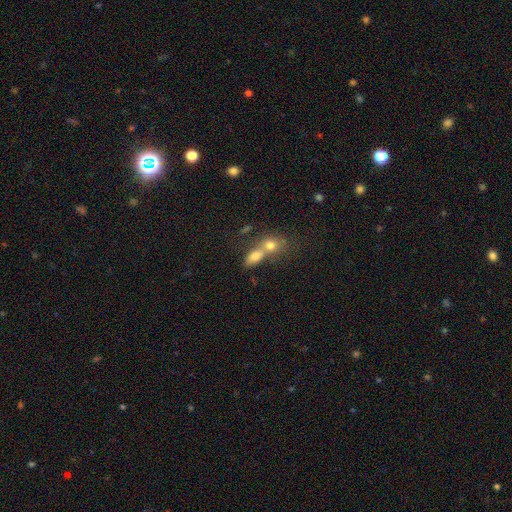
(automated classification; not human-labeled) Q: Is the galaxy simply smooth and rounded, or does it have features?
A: smooth — 73%.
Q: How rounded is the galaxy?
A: in between — 70%.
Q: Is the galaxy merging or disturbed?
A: merger — 67%.